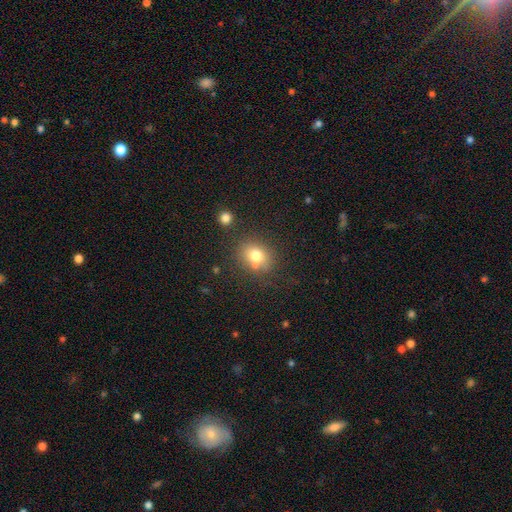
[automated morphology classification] Smooth or featured?
  - smooth: 75% *
  - star or artifact: 13%
  - featured or disk: 12%
How rounded?
  - round: 63% *
  - in between: 36%
  - cigar-shaped: 1%
Merging?
  - none: 68% *
  - minor disturbance: 14%
  - merger: 13%
  - major disturbance: 5%